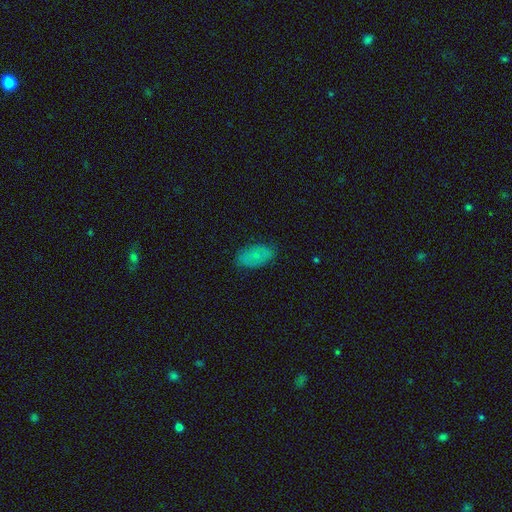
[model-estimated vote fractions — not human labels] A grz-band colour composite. It shows a smooth galaxy with no disk features (73%) that is in between round and cigar-shaped (93%). Merging: none (80%).